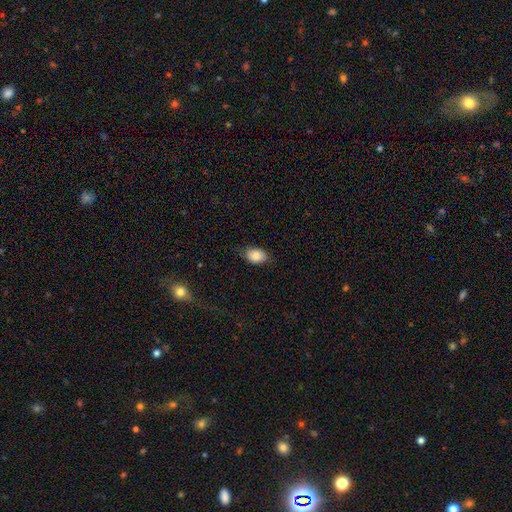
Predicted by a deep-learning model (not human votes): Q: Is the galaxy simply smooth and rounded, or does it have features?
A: smooth — 86%.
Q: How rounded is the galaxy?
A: in between — 82%.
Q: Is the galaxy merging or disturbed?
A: none — 76%.